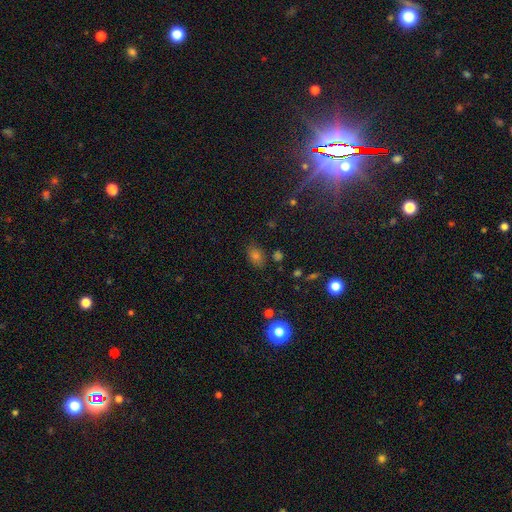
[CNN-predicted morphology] Smooth or featured? smooth (61%)
How rounded? in between (71%)
Merging? none (79%)